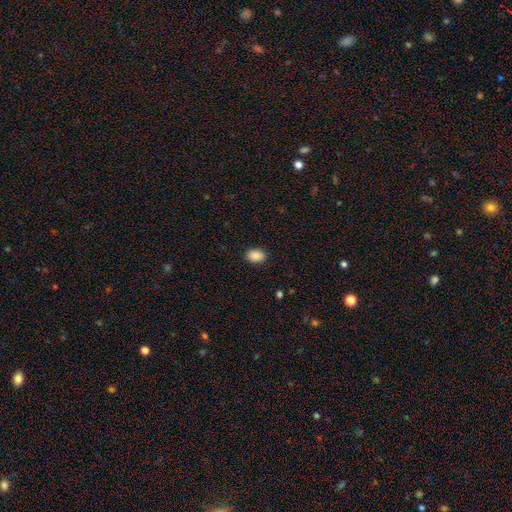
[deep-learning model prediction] This is clearly a smooth galaxy (89%). How rounded: likely in between (78%). Merging: clearly none (89%).